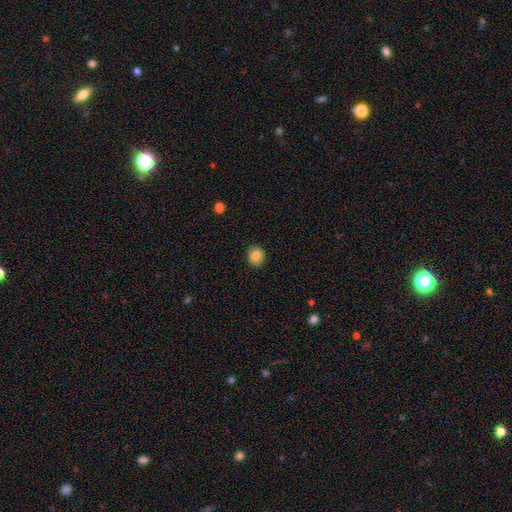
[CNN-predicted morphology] Overall: smooth (82%). How rounded: round (64%; in between 35%). Merging: none (87%).